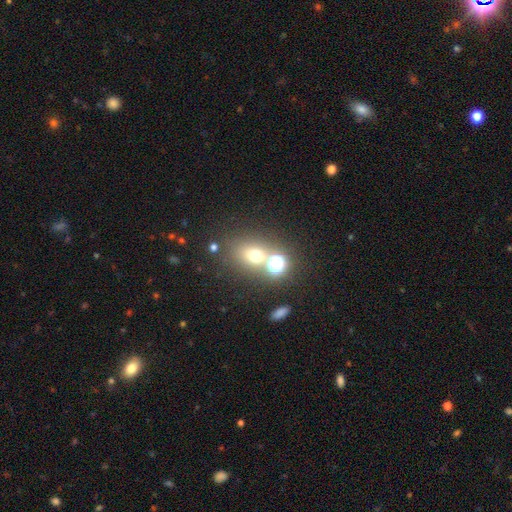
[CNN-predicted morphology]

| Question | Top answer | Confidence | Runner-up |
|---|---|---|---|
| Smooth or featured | smooth | 61% | star or artifact (26%) |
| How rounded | round | 61% | in between (38%) |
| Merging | none | 58% | merger (25%) |